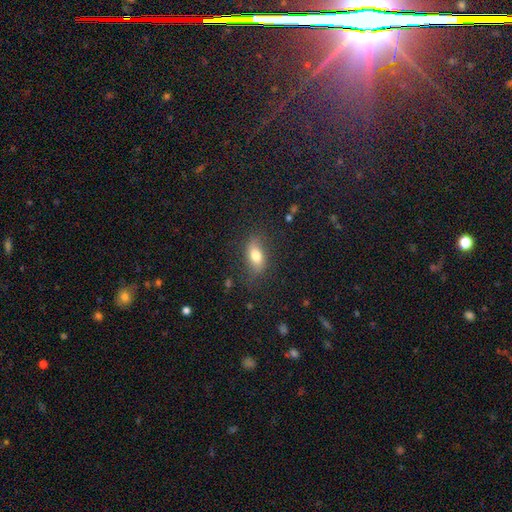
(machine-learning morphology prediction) The model was most divided on "smooth or featured": smooth: 73%, featured or disk: 18%, star or artifact: 9%. More confident: how rounded — in between (84%); merging — none (75%).